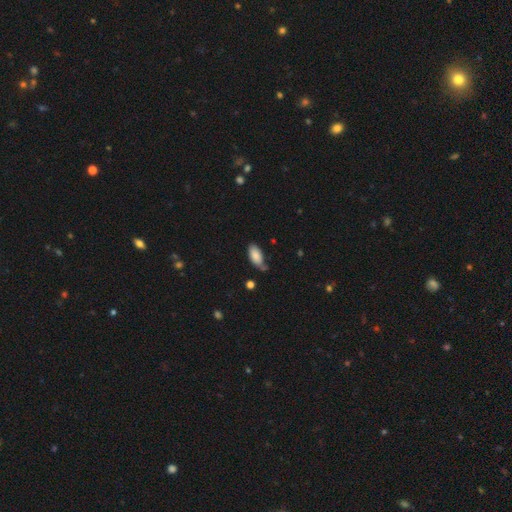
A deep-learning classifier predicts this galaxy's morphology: A smooth galaxy with no disk features (86%) that is in between round and cigar-shaped (92%).

Vote fractions:
- Smooth or featured? smooth: 86% / featured or disk: 7% / star or artifact: 7%
- How rounded? in between: 92% / cigar-shaped: 6% / round: 2%
- Merging? none: 56% / minor disturbance: 29% / merger: 8% / major disturbance: 7%